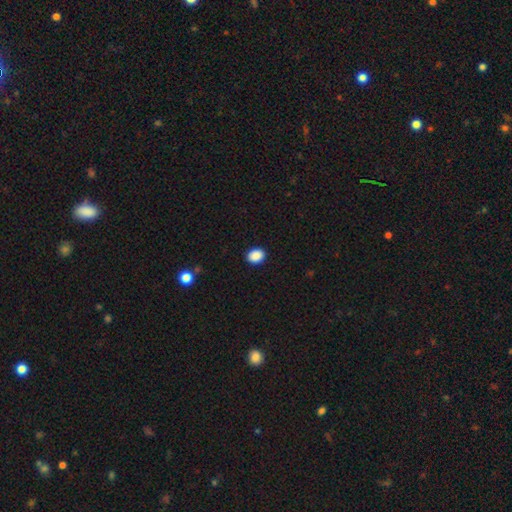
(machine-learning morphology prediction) A smooth galaxy with no disk features (89%) that is in between round and cigar-shaped (60%).

Vote fractions:
- Smooth or featured? smooth: 89% / star or artifact: 8% / featured or disk: 2%
- How rounded? in between: 60% / round: 40% / cigar-shaped: 1%
- Merging? none: 91% / minor disturbance: 7% / major disturbance: 2% / merger: 1%